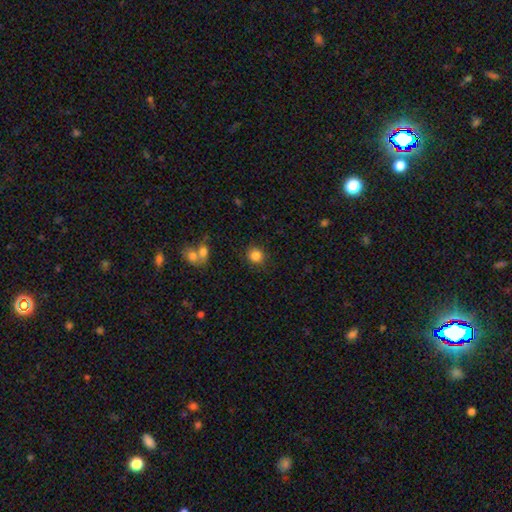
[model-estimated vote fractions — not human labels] smooth_or_featured: smooth (p=0.85) [alt: star or artifact p=0.10]
how_rounded: round (p=0.87) [alt: in between p=0.12]
merging: none (p=0.85) [alt: minor disturbance p=0.09]